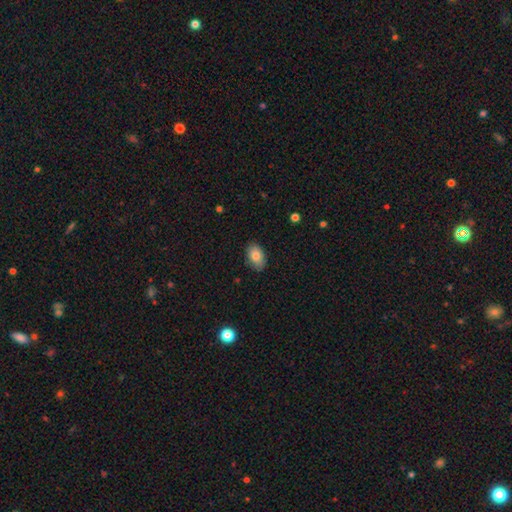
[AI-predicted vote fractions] Smooth or featured? smooth (83%)
How rounded? in between (89%)
Merging? none (85%)